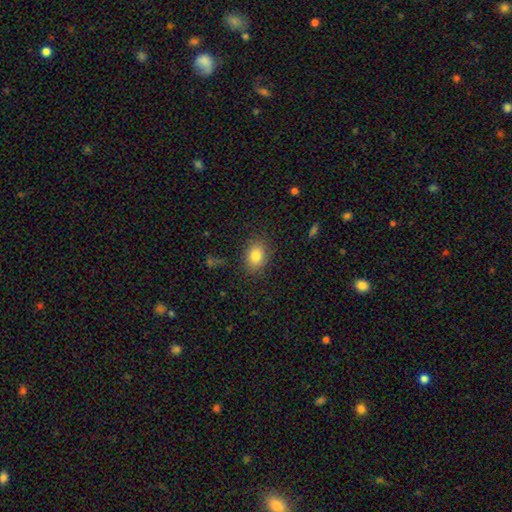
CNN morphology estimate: Smooth or featured: smooth — 83% (star or artifact — 9%)
How rounded: in between — 70% (round — 29%)
Merging: none — 84% (minor disturbance — 11%)